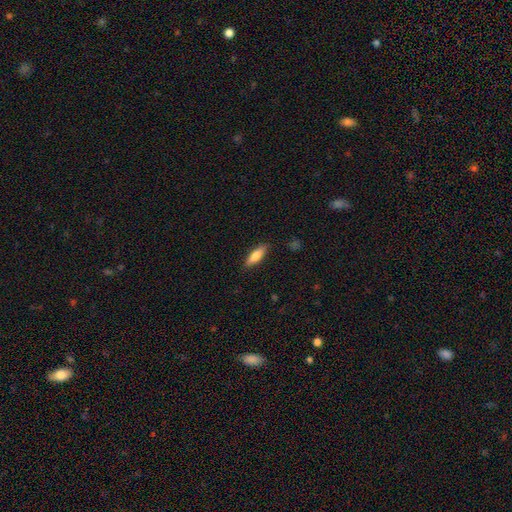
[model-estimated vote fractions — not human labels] Smooth or featured? Predicted: smooth (p=0.76). How rounded? Predicted: cigar-shaped (p=0.50). Merging? Predicted: none (p=0.85).